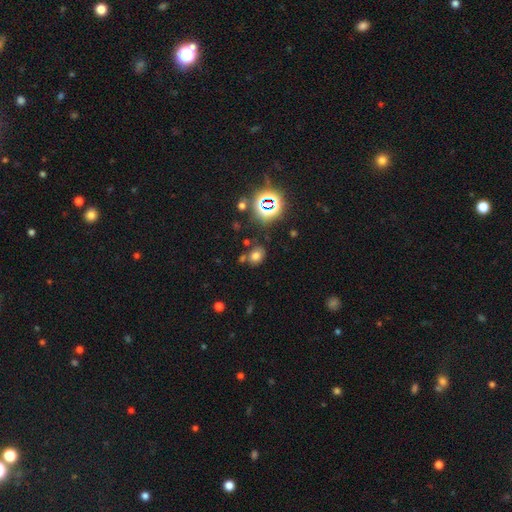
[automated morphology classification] The model was most divided on "how rounded": in between: 51%, round: 48%, cigar-shaped: 1%. More confident: merging — none (71%); smooth or featured — smooth (65%).